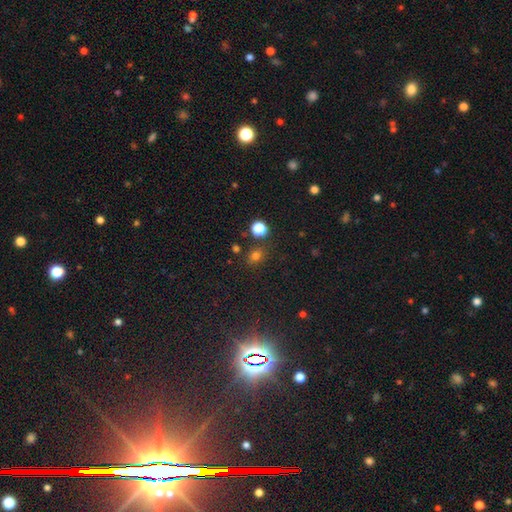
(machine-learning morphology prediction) smooth-or-featured: smooth: 71% | star or artifact: 23% | featured or disk: 6%
  how-rounded: round: 60% | in between: 39% | cigar-shaped: 1%
  merging: none: 79% | minor disturbance: 11% | merger: 6% | major disturbance: 4%